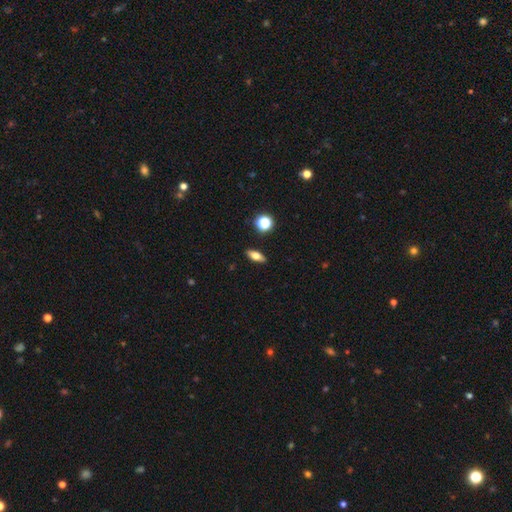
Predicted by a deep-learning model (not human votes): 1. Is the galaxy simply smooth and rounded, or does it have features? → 61% smooth, 29% featured or disk, 10% star or artifact.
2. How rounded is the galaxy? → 68% in between, 24% cigar-shaped, 8% round.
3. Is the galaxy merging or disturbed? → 88% none, 8% minor disturbance, 2% major disturbance, 2% merger.